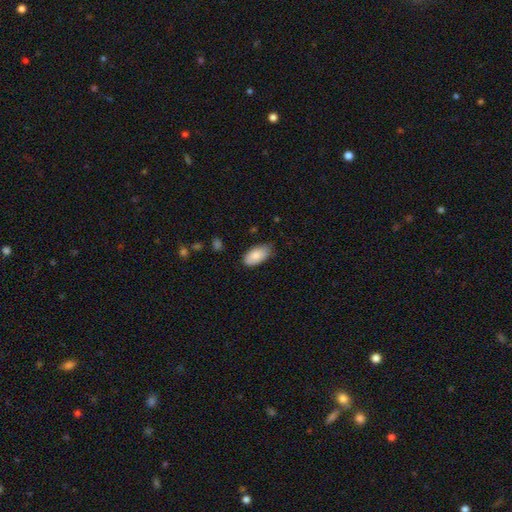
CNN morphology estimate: smooth_or_featured: smooth (p=0.84) [alt: featured or disk p=0.09]
how_rounded: in between (p=0.95) [alt: cigar-shaped p=0.03]
merging: none (p=0.72) [alt: minor disturbance p=0.24]